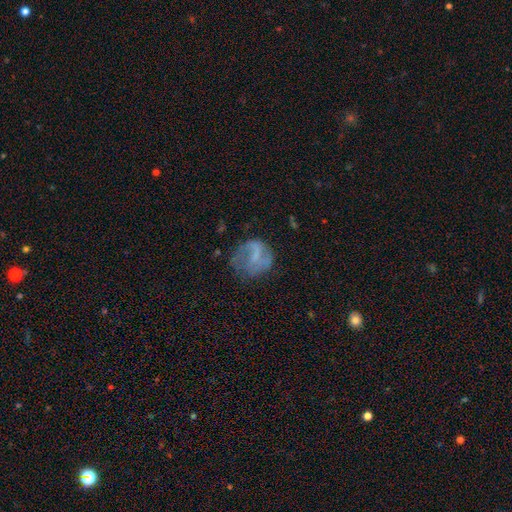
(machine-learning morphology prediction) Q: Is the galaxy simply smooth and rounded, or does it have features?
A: featured or disk — 47%.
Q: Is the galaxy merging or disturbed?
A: none — 52%.